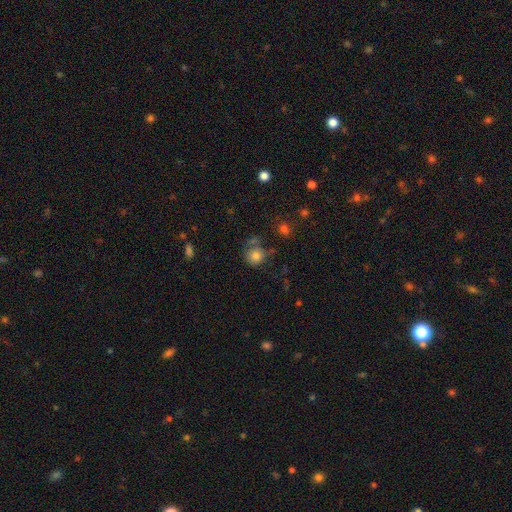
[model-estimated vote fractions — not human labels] A smooth galaxy with no disk features (80%) that is round (85%).

Vote fractions:
- Smooth or featured? smooth: 80% / star or artifact: 11% / featured or disk: 9%
- How rounded? round: 85% / in between: 14% / cigar-shaped: 1%
- Merging? none: 58% / minor disturbance: 18% / merger: 15% / major disturbance: 8%